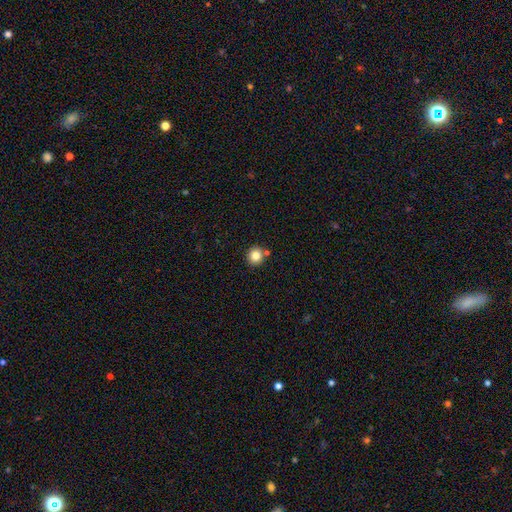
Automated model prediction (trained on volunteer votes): Smooth or featured? smooth (83%)
How rounded? round (93%)
Merging? none (82%)